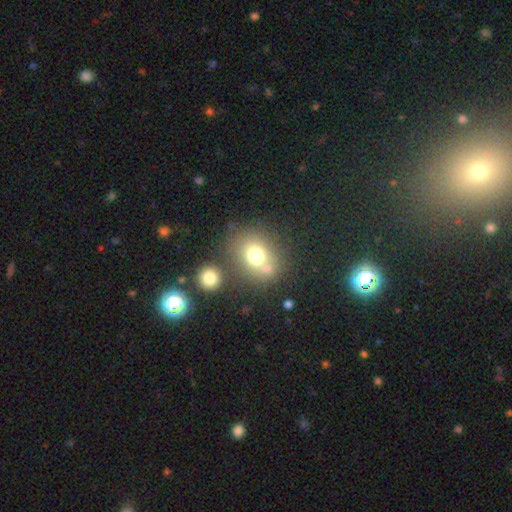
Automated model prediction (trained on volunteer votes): smooth_or_featured: smooth (p=0.71) [alt: star or artifact p=0.15]
how_rounded: round (p=0.72) [alt: in between p=0.27]
merging: none (p=0.60) [alt: merger p=0.24]